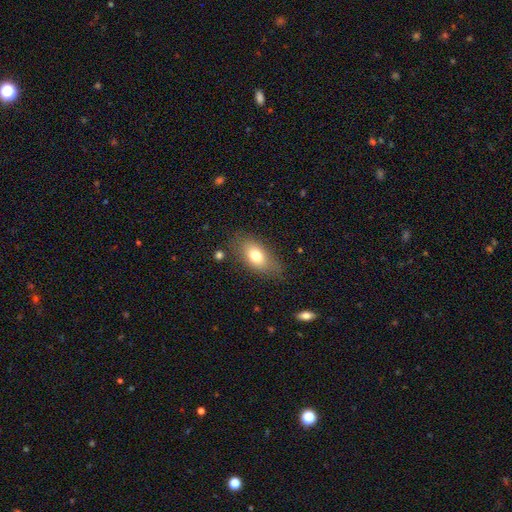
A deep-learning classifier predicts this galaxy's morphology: This appears to be a smooth galaxy with no disk features (74%) that is in between round and cigar-shaped (85%). Merging: none (76%).